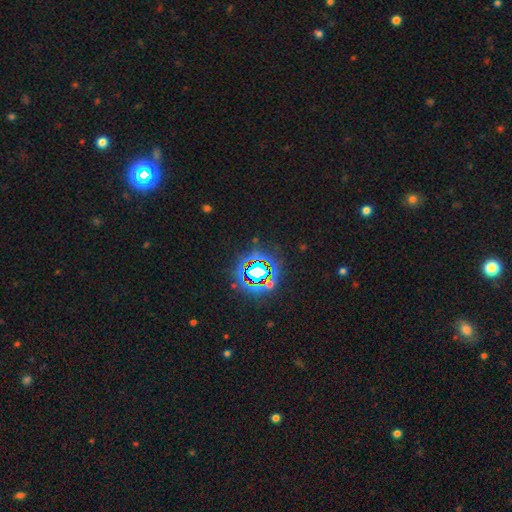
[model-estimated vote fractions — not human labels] This is clearly a star or artifact rather than a galaxy (80%).